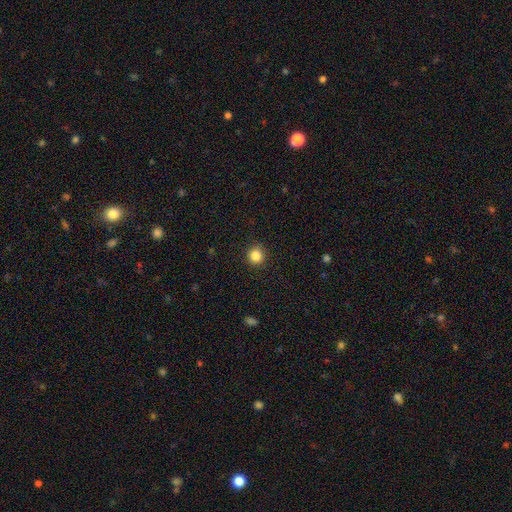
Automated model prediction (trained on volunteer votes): Smooth or featured?
  - smooth: 86% *
  - star or artifact: 10%
  - featured or disk: 4%
How rounded?
  - round: 94% *
  - in between: 5%
  - cigar-shaped: 1%
Merging?
  - none: 92% *
  - minor disturbance: 6%
  - major disturbance: 2%
  - merger: 1%